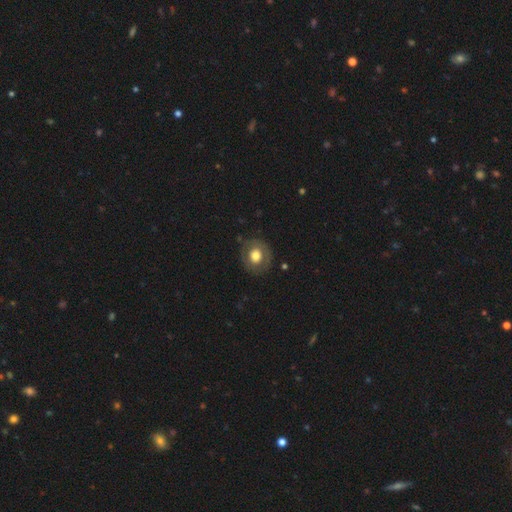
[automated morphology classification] This is likely a smooth galaxy (62%). How rounded: likely round (78%). Merging: clearly none (81%).